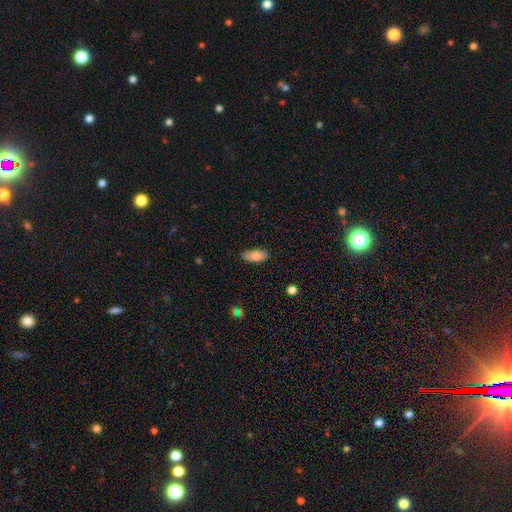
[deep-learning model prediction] Smooth or featured: smooth — 82% (featured or disk — 11%)
How rounded: in between — 89% (cigar-shaped — 9%)
Merging: none — 85% (minor disturbance — 12%)